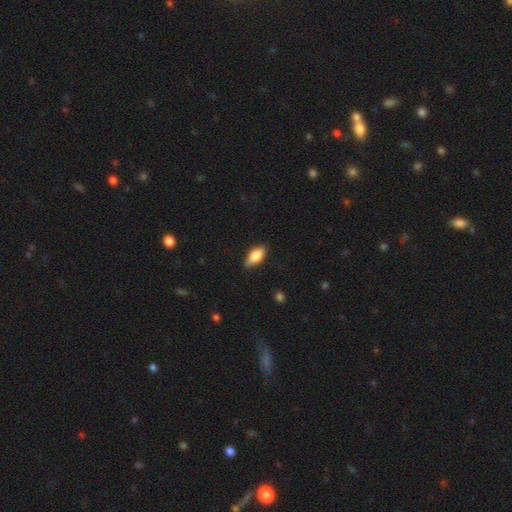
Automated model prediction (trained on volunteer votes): Overall: smooth (79%). How rounded: in between (86%). Merging: none (81%).